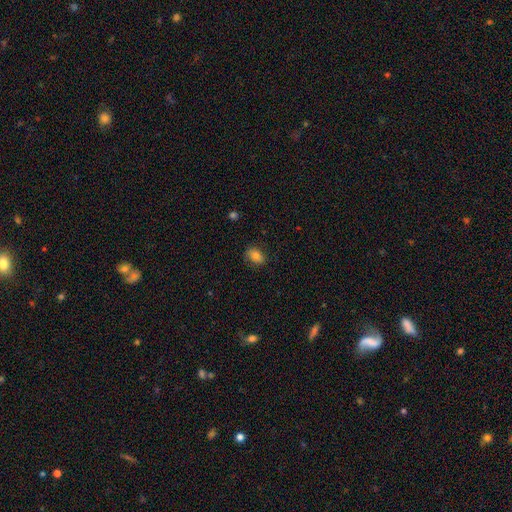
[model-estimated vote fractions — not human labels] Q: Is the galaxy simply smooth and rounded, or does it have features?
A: smooth — 78%.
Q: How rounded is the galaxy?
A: in between — 82%.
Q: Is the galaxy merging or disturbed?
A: none — 79%.